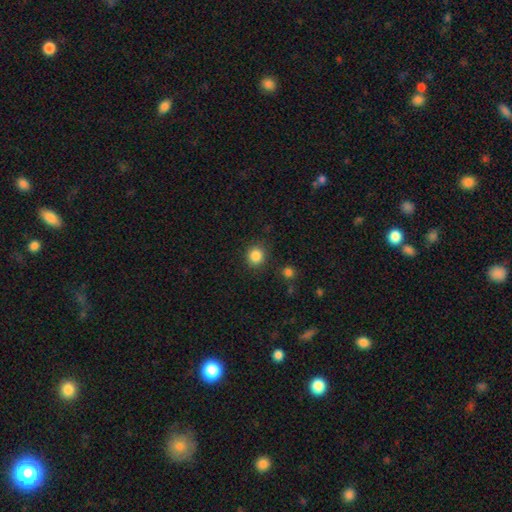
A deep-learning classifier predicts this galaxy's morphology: Smooth or featured? Predicted: smooth (p=0.86). How rounded? Predicted: round (p=0.86). Merging? Predicted: none (p=0.87).